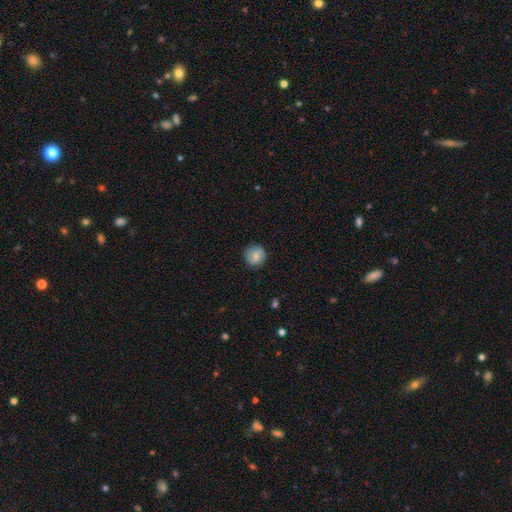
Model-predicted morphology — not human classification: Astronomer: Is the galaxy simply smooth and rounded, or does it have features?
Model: smooth — 73%.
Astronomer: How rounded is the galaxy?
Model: round — 90%.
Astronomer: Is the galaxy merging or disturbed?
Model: none — 83%.